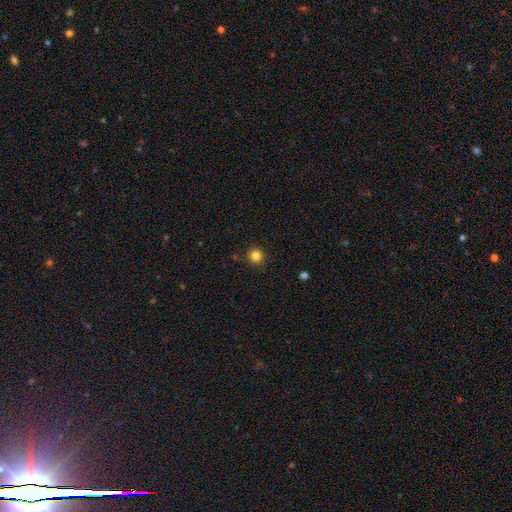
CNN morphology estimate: This appears to be a smooth galaxy with no disk features (83%) that is round (95%). Merging: none (89%).